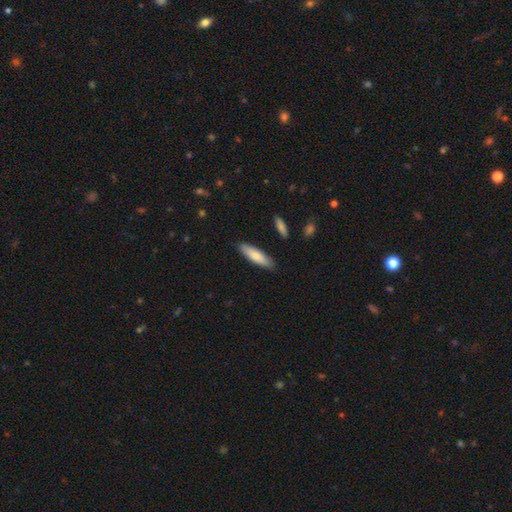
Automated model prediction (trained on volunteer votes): smooth-or-featured: smooth: 81% | featured or disk: 13% | star or artifact: 5%
  how-rounded: cigar-shaped: 64% | in between: 35% | round: 1%
  merging: none: 87% | minor disturbance: 10% | merger: 2% | major disturbance: 2%